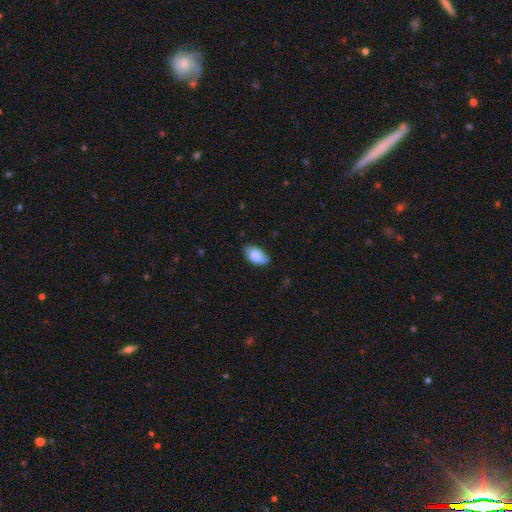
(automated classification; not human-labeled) Smooth or featured? Predicted: smooth (p=0.81). How rounded? Predicted: in between (p=0.93). Merging? Predicted: none (p=0.67).